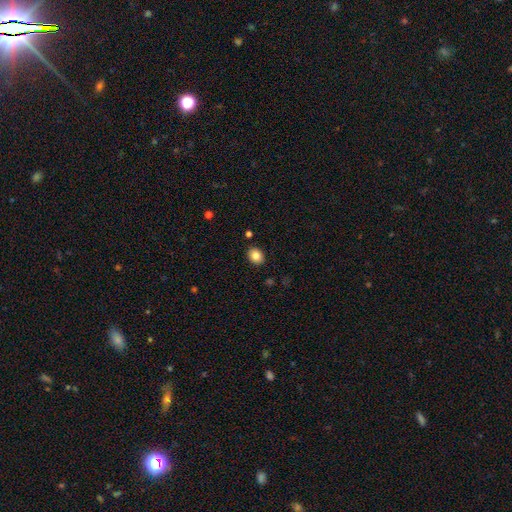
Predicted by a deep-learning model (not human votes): The model was most divided on "how rounded": in between: 52%, round: 47%, cigar-shaped: 1%. More confident: merging — none (89%); smooth or featured — smooth (85%).